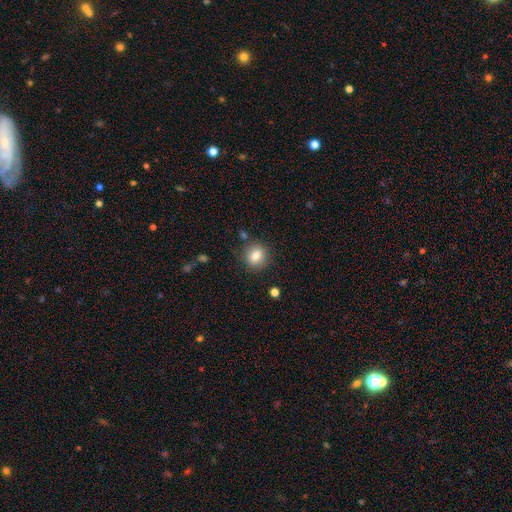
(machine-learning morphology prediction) Q: Smooth or featured?
A: smooth (81%); runner-up: star or artifact (10%)
Q: How rounded?
A: round (78%); runner-up: in between (21%)
Q: Merging?
A: none (85%); runner-up: minor disturbance (9%)